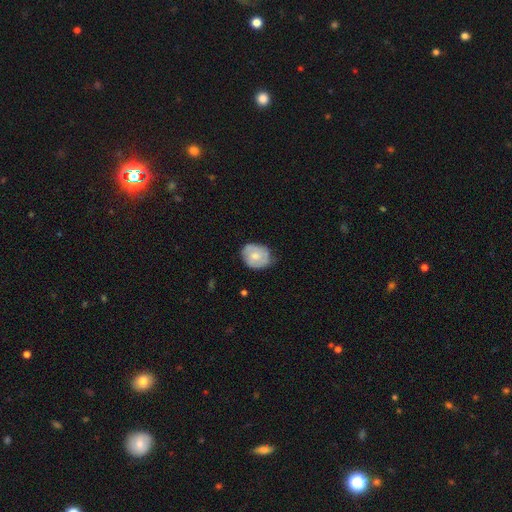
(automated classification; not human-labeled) smooth_or_featured: smooth (p=0.57) [alt: featured or disk p=0.37]
how_rounded: round (p=0.57) [alt: in between p=0.42]
merging: none (p=0.59) [alt: minor disturbance p=0.32]